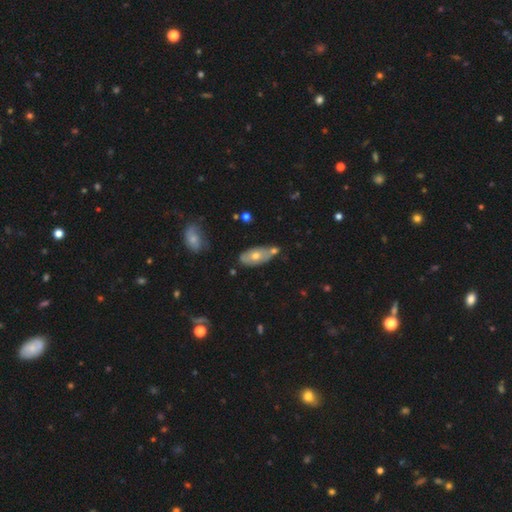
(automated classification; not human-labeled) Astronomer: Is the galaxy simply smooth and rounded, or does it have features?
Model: smooth — 53% (runner-up: featured or disk, 38%).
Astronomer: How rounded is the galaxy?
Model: in between — 84%.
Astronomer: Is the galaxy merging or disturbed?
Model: none — 56%.